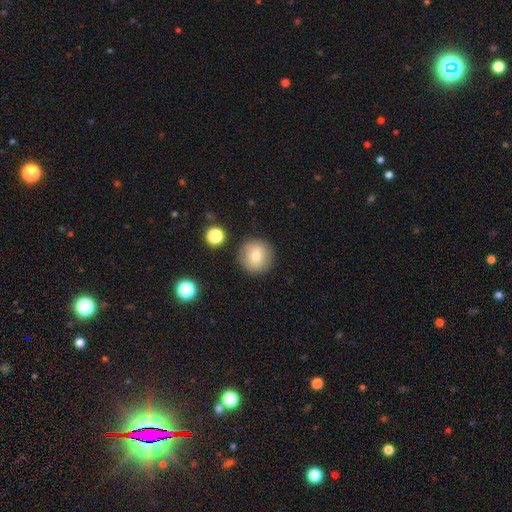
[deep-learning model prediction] smooth_or_featured: smooth (p=0.75) [alt: featured or disk p=0.15]
how_rounded: round (p=0.95) [alt: in between p=0.04]
merging: none (p=0.88) [alt: minor disturbance p=0.07]